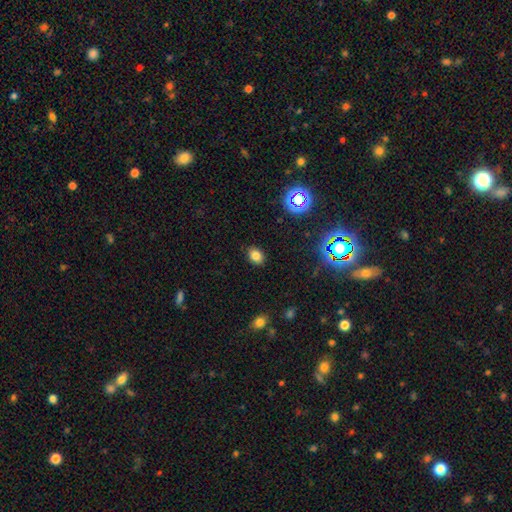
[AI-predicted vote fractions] A smooth galaxy with no disk features (78%) that is in between round and cigar-shaped (66%).

Vote fractions:
- Smooth or featured? smooth: 78% / star or artifact: 16% / featured or disk: 6%
- How rounded? in between: 66% / round: 33% / cigar-shaped: 1%
- Merging? none: 87% / minor disturbance: 9% / major disturbance: 3% / merger: 1%